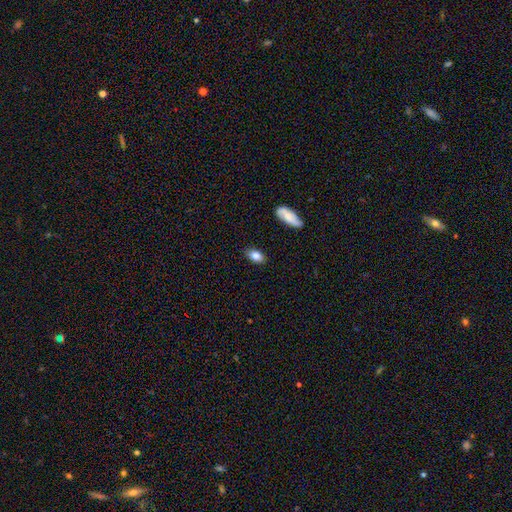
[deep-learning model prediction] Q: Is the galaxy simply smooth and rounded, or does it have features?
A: smooth — 84%.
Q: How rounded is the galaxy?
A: in between — 89%.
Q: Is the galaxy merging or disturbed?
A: none — 85%.